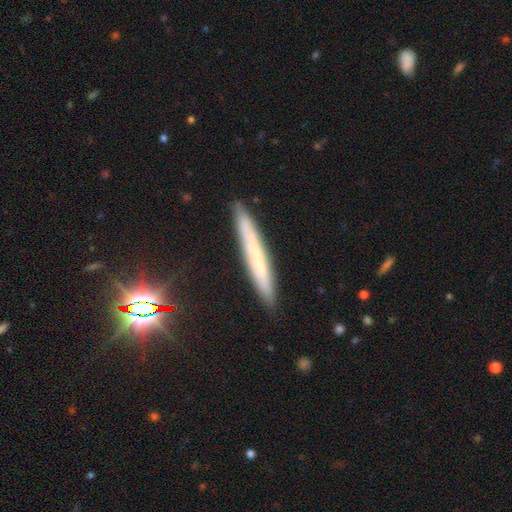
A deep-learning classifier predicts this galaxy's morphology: A smooth galaxy with no disk features (52%) that is cigar-shaped (96%). Merging: none (89%).